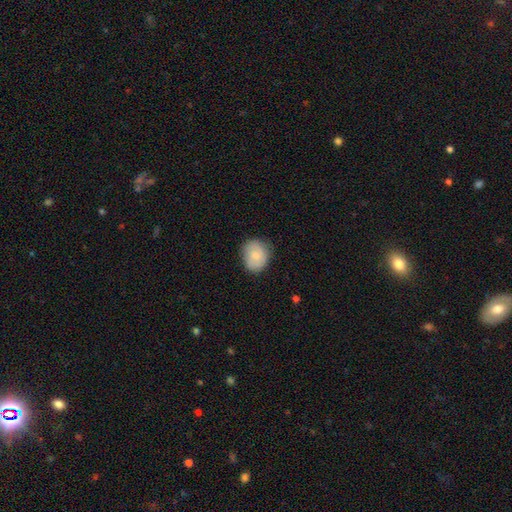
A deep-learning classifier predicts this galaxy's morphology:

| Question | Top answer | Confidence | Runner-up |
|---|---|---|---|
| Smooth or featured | smooth | 66% | featured or disk (27%) |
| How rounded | round | 60% | in between (39%) |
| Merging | none | 78% | minor disturbance (18%) |